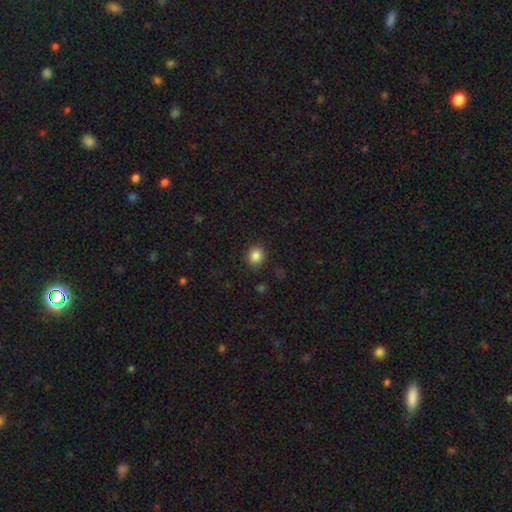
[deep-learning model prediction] smooth_or_featured: smooth (p=0.85) [alt: star or artifact p=0.10]
how_rounded: round (p=0.77) [alt: in between p=0.22]
merging: none (p=0.88) [alt: minor disturbance p=0.08]